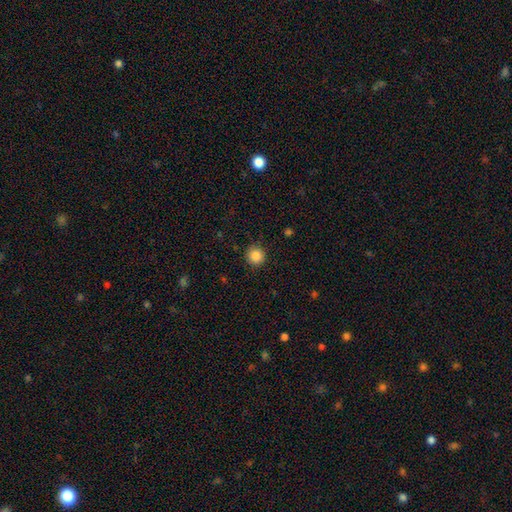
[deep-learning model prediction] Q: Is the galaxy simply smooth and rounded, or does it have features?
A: smooth — 87%.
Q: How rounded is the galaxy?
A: round — 94%.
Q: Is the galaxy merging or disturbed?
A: none — 91%.